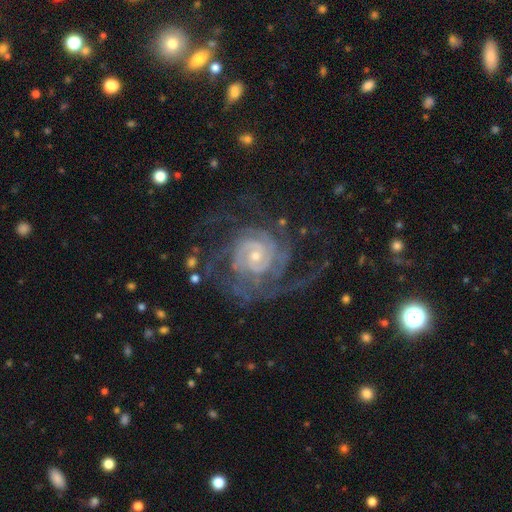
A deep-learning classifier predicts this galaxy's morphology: smooth_or_featured: featured or disk (p=0.91) [alt: star or artifact p=0.05]
disk_edge_on: no (p=0.98) [alt: yes p=0.02]
bar: no (p=0.65) [alt: weak p=0.27]
has_spiral_arms: yes (p=0.98) [alt: no p=0.02]
spiral_winding: tight (p=0.70) [alt: medium p=0.24]
spiral_arm_count: 2 (p=0.32) [alt: can't tell p=0.22]
bulge_size: small (p=0.63) [alt: moderate p=0.33]
merging: none (p=0.65) [alt: major disturbance p=0.18]